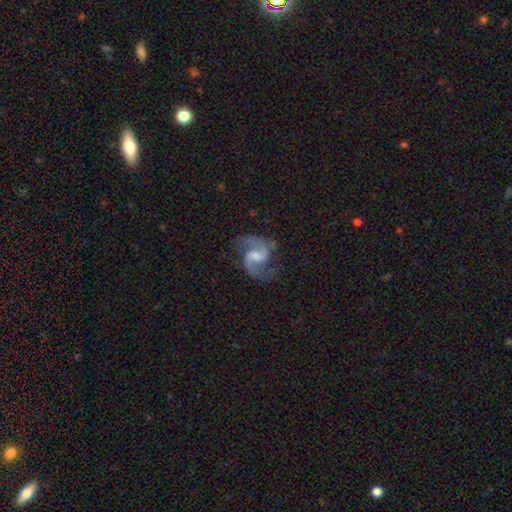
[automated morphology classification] Smooth or featured: featured or disk — 92% (star or artifact — 4%)
Edge-on disk: no — 98% (yes — 2%)
Bar: weak — 56% (no — 27%)
Spiral arms: yes — 98% (no — 2%)
Spiral winding: medium — 59% (loose — 31%)
Spiral arm count: 2 — 94% (can't tell — 2%)
Bulge size: moderate — 34% (tied with small — 34%)
Merging: none — 78% (minor disturbance — 14%)